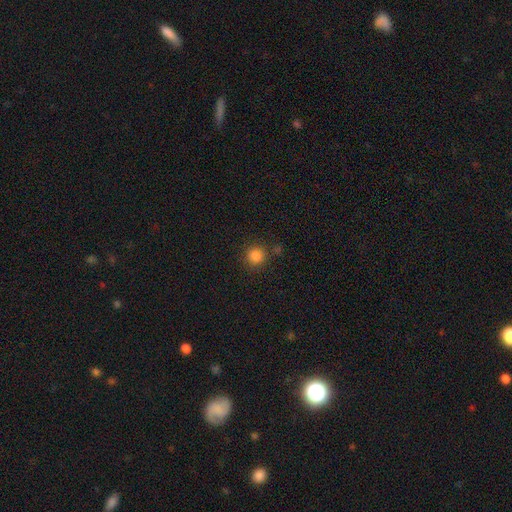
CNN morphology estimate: A smooth galaxy with no disk features (84%) that is round (93%). Merging: none (84%).